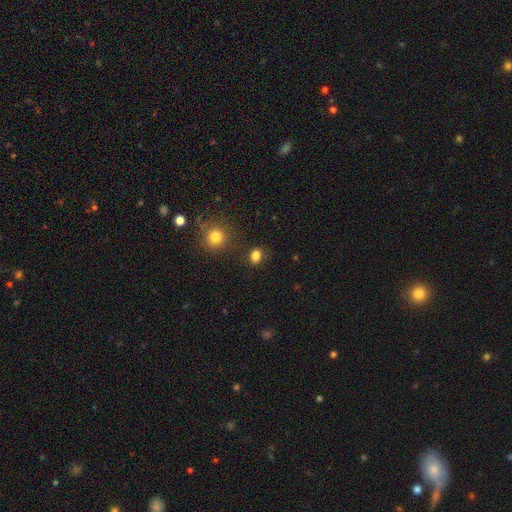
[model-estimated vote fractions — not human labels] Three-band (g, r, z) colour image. It shows a smooth galaxy with no disk features (82%) that is in between round and cigar-shaped (61%). Merging: none (81%).